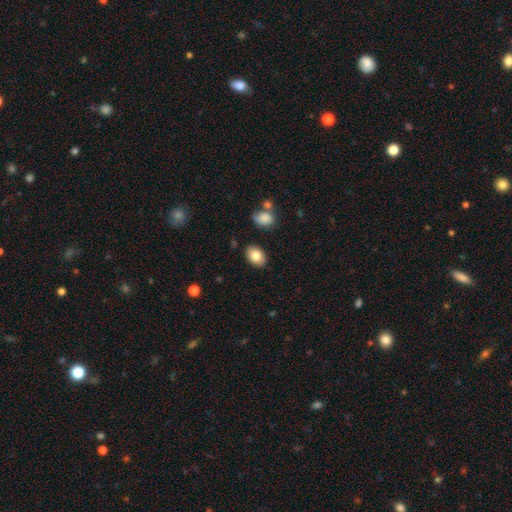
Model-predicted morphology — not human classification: This appears to be a smooth galaxy with no disk features (83%) that is in between round and cigar-shaped (82%). Merging: none (86%).